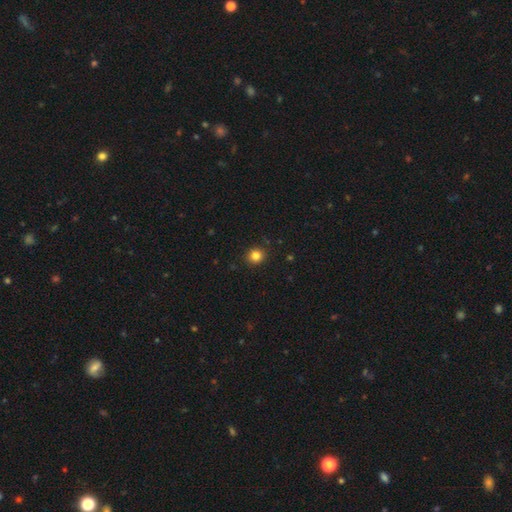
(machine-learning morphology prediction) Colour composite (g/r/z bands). It shows a smooth galaxy with no disk features (83%) that is round (87%). Merging: none (91%).